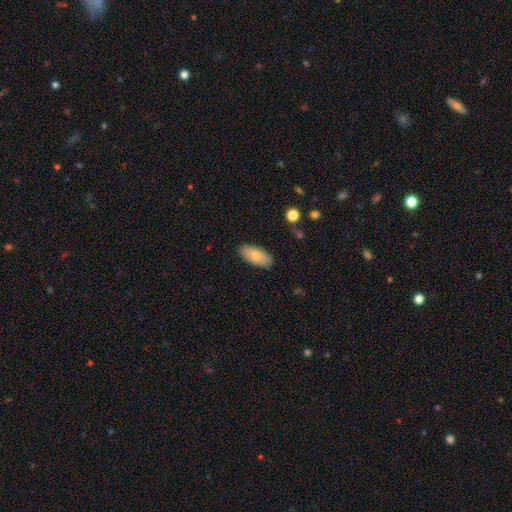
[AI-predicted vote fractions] Morphology: type=smooth (76%); roundness=in between (89%); merging=none (87%).